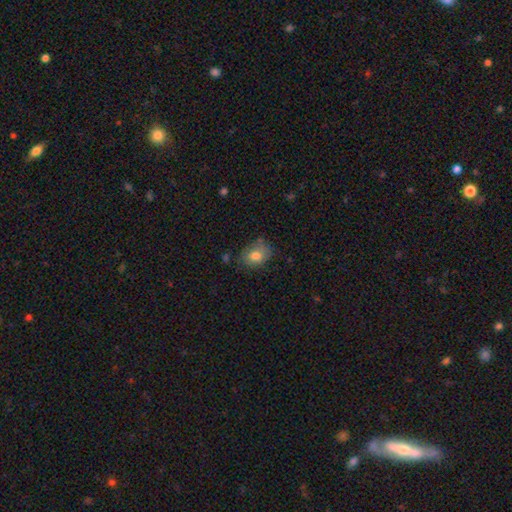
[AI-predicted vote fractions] This is likely a smooth galaxy (77%). How rounded: likely in between (66%). Merging: likely none (66%).